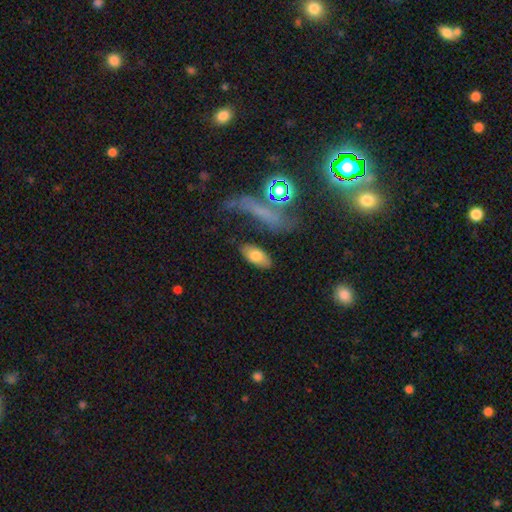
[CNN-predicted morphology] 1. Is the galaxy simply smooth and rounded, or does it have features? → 76% smooth, 16% featured or disk, 8% star or artifact.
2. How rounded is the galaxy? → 89% in between, 8% cigar-shaped, 3% round.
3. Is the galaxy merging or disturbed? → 80% none, 12% minor disturbance, 4% major disturbance, 3% merger.